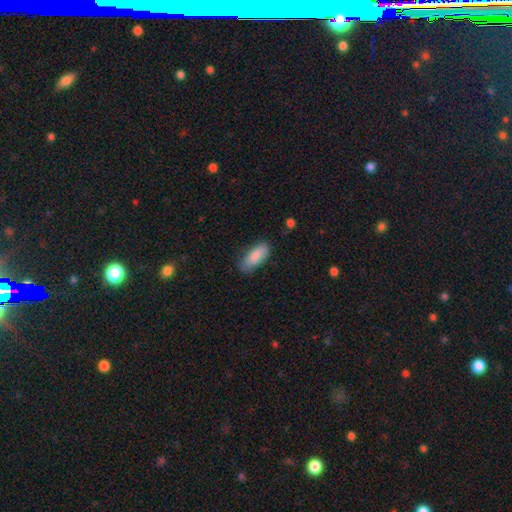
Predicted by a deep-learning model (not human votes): smooth 87%, featured or disk 7%, star or artifact 6%. Down the decision tree: how rounded — in between (82%); merging — none (74%).